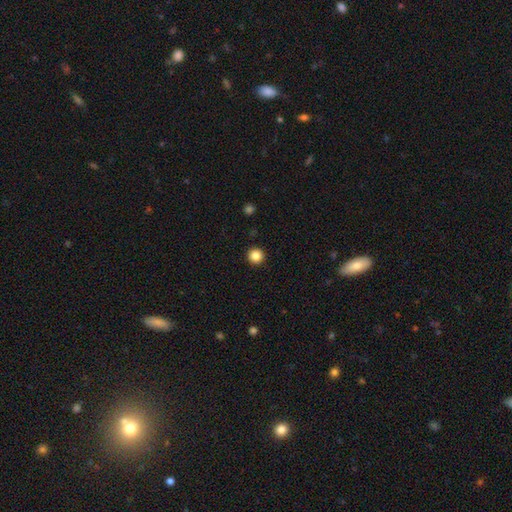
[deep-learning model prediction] Smooth or featured: smooth — 85% (star or artifact — 11%)
How rounded: round — 96% (in between — 3%)
Merging: none — 94% (minor disturbance — 4%)